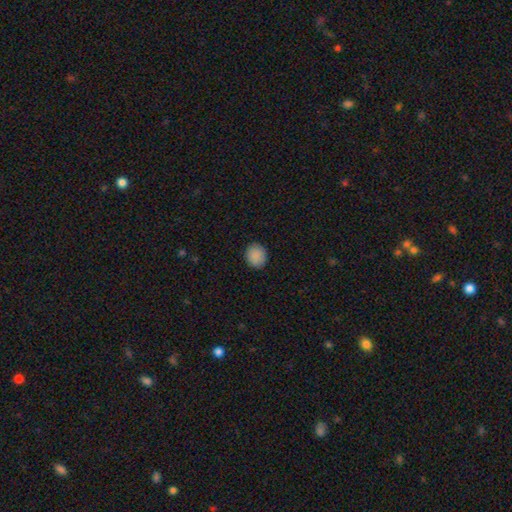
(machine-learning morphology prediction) The model was most divided on "how rounded": round: 71%, in between: 28%, cigar-shaped: 1%. More confident: merging — none (89%); smooth or featured — smooth (89%).